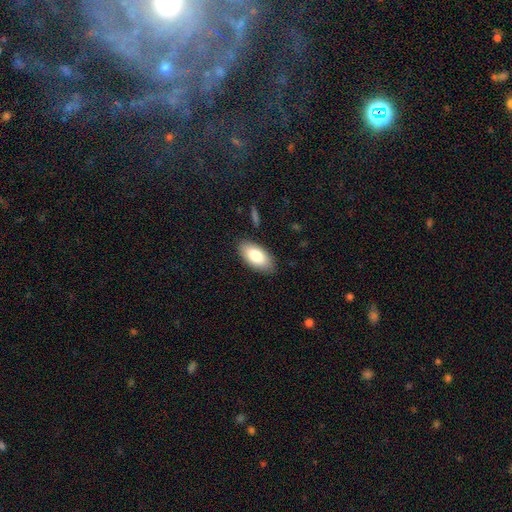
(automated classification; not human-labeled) Overall: smooth (83%). How rounded: in between (93%). Merging: none (85%).